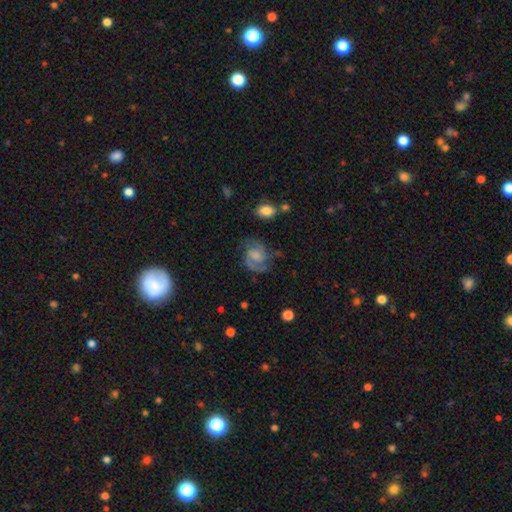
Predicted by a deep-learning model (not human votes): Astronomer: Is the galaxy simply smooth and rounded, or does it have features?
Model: featured or disk — 82%.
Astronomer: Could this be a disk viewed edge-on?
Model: no — 98%.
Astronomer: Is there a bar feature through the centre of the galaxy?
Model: no — 53% (runner-up: weak, 39%).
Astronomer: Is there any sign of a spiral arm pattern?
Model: yes — 96%.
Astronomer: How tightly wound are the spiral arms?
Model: medium — 52% (runner-up: tight, 33%).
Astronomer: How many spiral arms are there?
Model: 2 — 88%.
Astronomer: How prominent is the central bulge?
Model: none — 38% (runner-up: moderate, 24%).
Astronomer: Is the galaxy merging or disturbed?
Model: none — 71%.